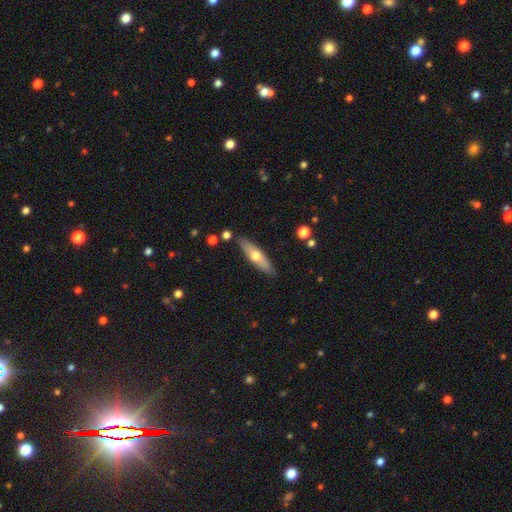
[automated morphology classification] type=smooth (54%); roundness=cigar-shaped (65%); merging=none (86%).